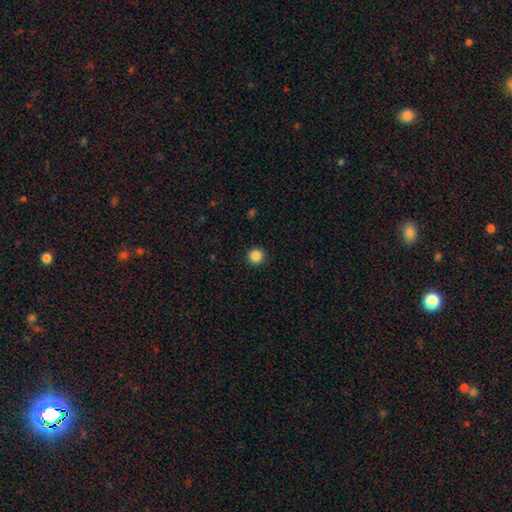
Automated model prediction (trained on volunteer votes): The model was most divided on "smooth or featured": smooth: 86%, star or artifact: 11%, featured or disk: 3%. More confident: how rounded — round (95%); merging — none (92%).